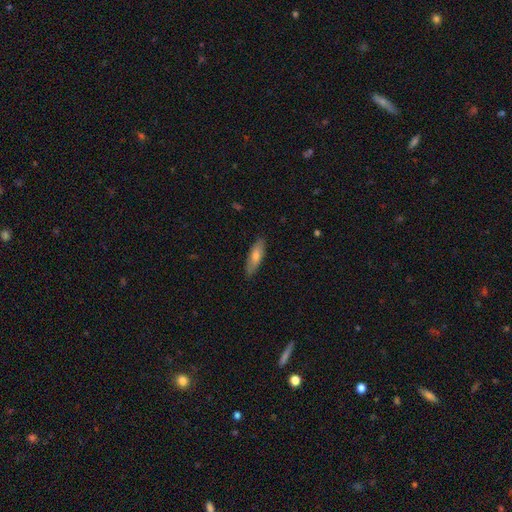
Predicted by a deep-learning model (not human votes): Smooth or featured? smooth (67%)
How rounded? in between (50%)
Merging? none (85%)